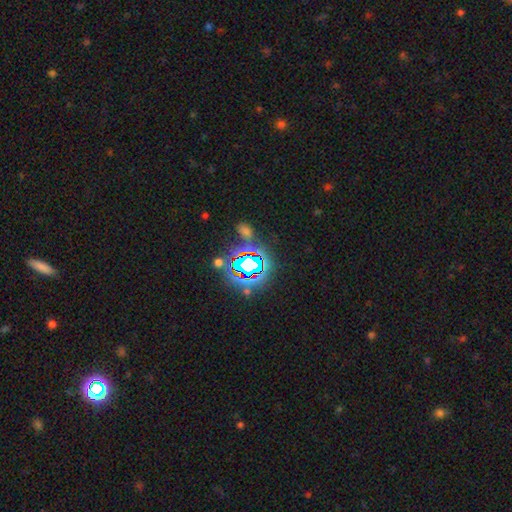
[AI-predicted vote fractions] smooth_or_featured: star or artifact (p=0.68) [alt: smooth p=0.21]